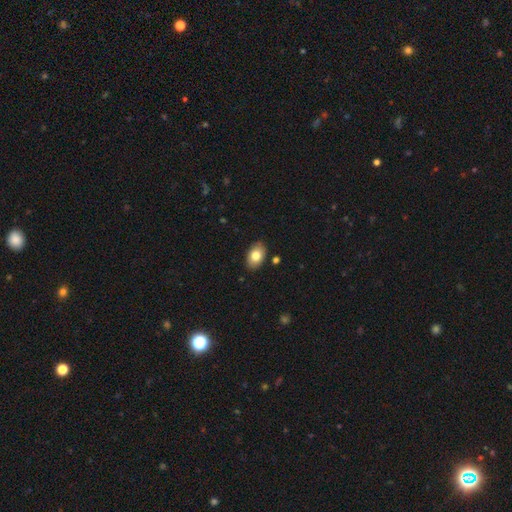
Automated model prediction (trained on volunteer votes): Smooth or featured? smooth (79%)
How rounded? in between (88%)
Merging? none (87%)